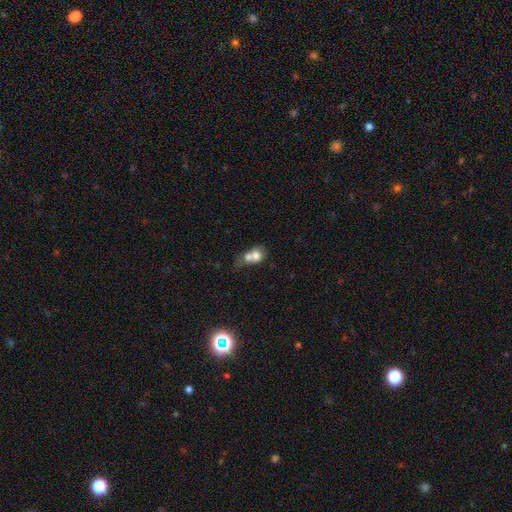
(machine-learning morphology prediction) This appears to be a smooth galaxy with no disk features (67%) that is round (55%). Merging: merger (72%).